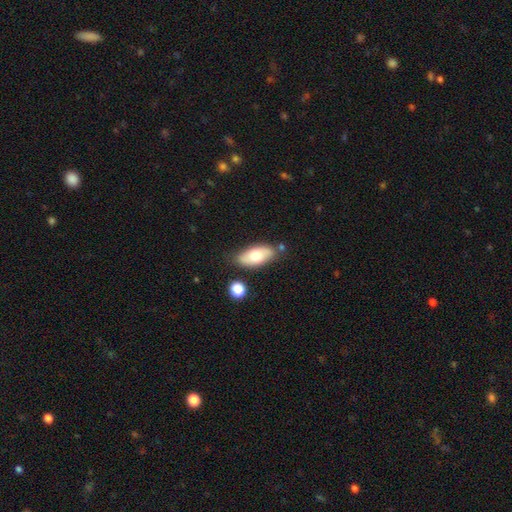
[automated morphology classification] smooth 68%, featured or disk 25%, star or artifact 6%. Down the decision tree: how rounded — in between (88%); merging — none (75%).